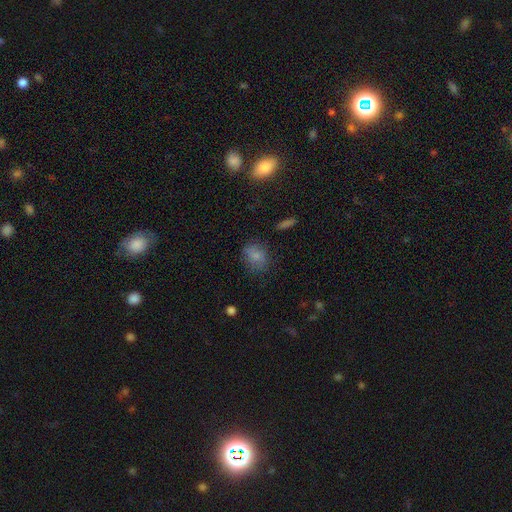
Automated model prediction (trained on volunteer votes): smooth 78%, star or artifact 12%, featured or disk 10%. Down the decision tree: how rounded — in between (59%); merging — none (68%).